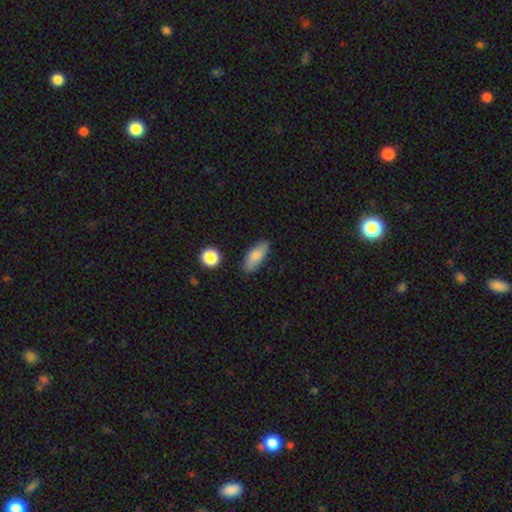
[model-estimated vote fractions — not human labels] This is clearly a smooth galaxy (82%). How rounded: likely in between (78%). Merging: clearly none (81%).